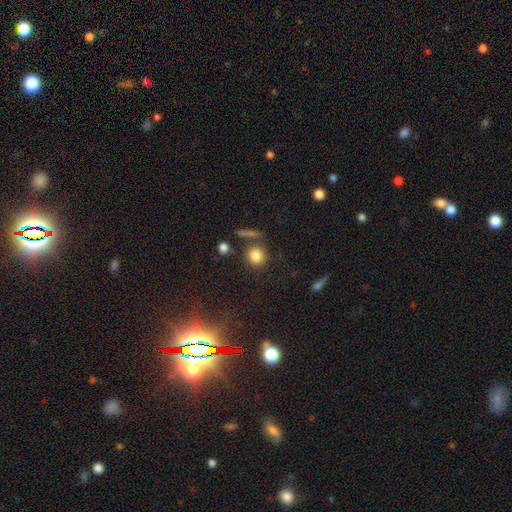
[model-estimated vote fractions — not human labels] smooth_or_featured: smooth (p=0.82) [alt: star or artifact p=0.11]
how_rounded: round (p=0.85) [alt: in between p=0.13]
merging: none (p=0.74) [alt: minor disturbance p=0.11]